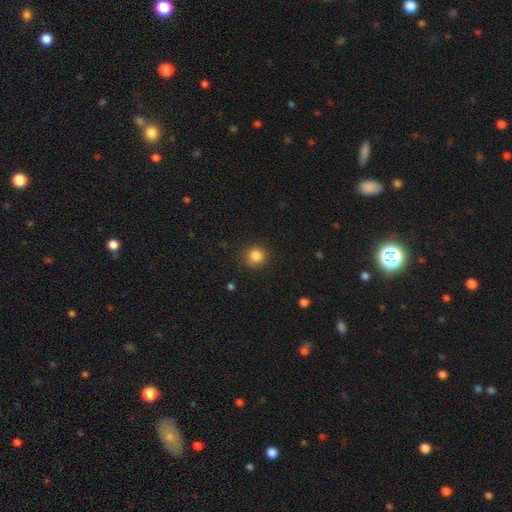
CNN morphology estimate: Q: Smooth or featured?
A: smooth (85%); runner-up: star or artifact (11%)
Q: How rounded?
A: round (90%); runner-up: in between (9%)
Q: Merging?
A: none (86%); runner-up: minor disturbance (10%)